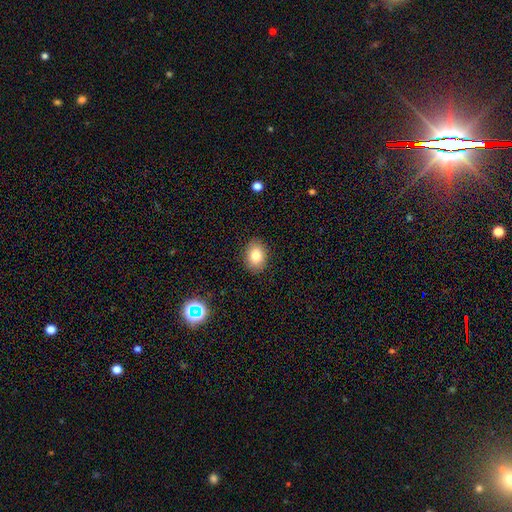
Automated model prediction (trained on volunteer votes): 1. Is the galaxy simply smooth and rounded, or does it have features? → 81% smooth, 10% featured or disk, 9% star or artifact.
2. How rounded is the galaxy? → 72% in between, 27% round, 1% cigar-shaped.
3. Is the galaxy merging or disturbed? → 87% none, 9% minor disturbance, 2% major disturbance, 1% merger.